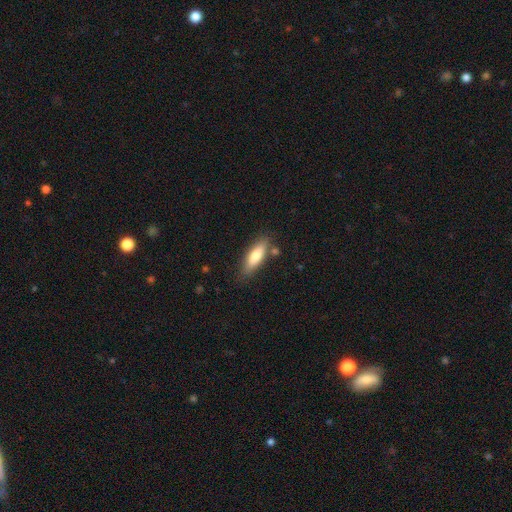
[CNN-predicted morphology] smooth 75%, featured or disk 20%, star or artifact 6%. Down the decision tree: how rounded — cigar-shaped (49%, tied with in between); merging — none (78%).